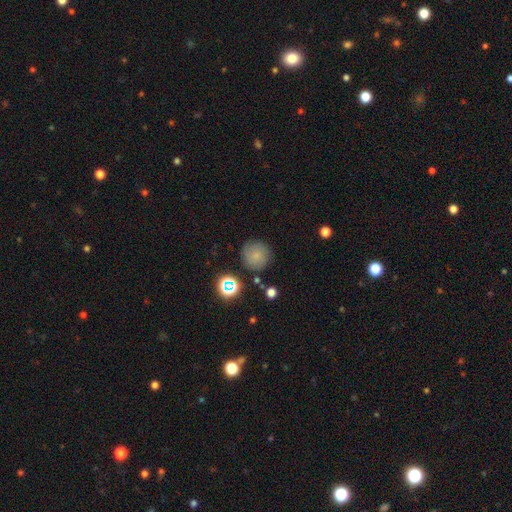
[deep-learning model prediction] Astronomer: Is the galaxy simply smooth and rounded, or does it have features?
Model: smooth — 71%.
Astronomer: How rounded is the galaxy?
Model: round — 94%.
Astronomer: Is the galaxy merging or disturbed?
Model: none — 81%.